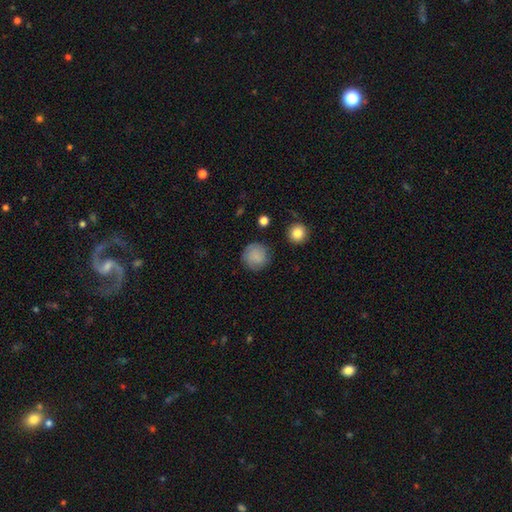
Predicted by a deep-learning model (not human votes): This is likely a smooth galaxy (79%). How rounded: clearly round (93%). Merging: clearly none (81%).